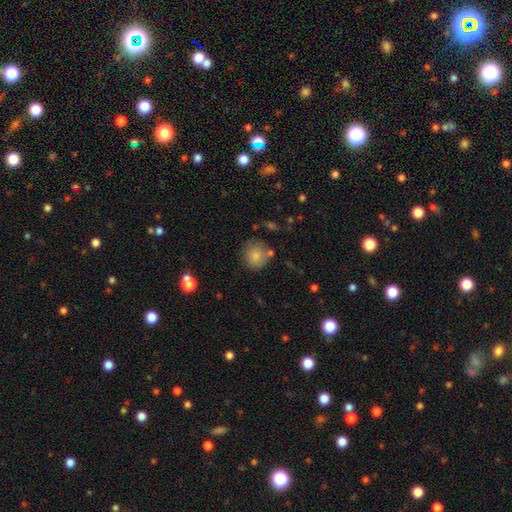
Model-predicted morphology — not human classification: Overall: smooth (82%). How rounded: round (86%). Merging: none (70%).